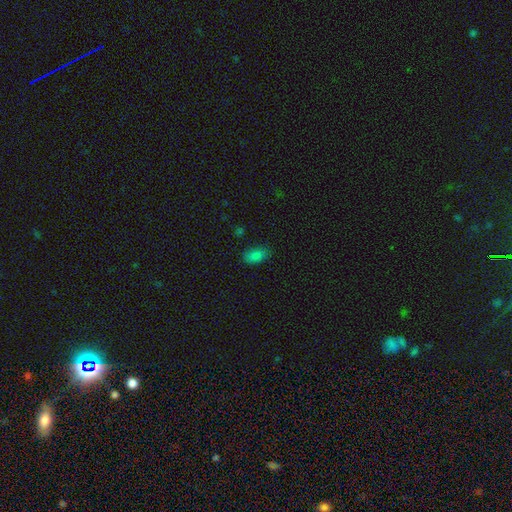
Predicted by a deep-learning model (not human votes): Q: Smooth or featured?
A: smooth (83%); runner-up: star or artifact (12%)
Q: How rounded?
A: in between (91%); runner-up: round (6%)
Q: Merging?
A: none (81%); runner-up: minor disturbance (15%)